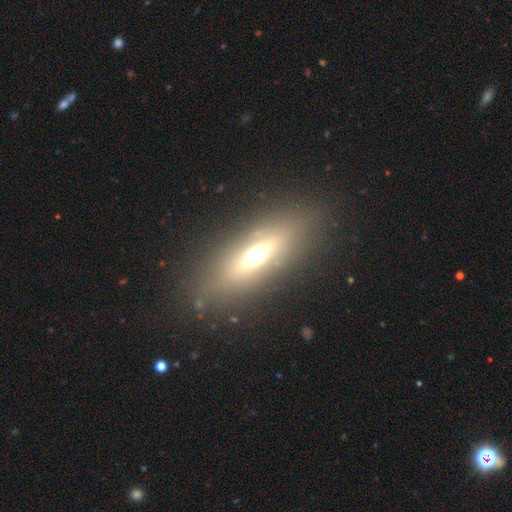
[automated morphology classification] Smooth or featured? Predicted: featured or disk (p=0.45). Merging? Predicted: none (p=0.81).